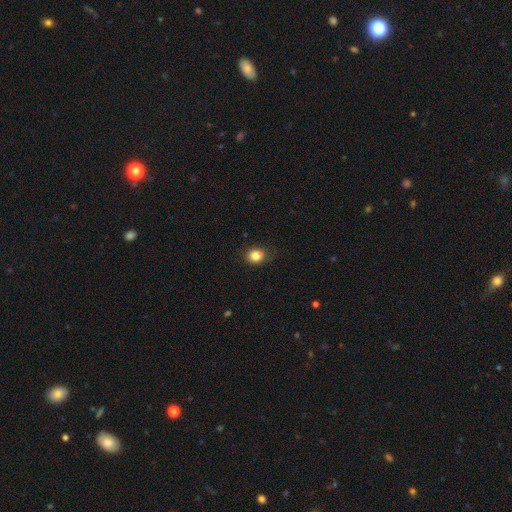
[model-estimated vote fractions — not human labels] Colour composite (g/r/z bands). It shows a smooth galaxy with no disk features (84%) that is round (61%). Merging: none (84%).